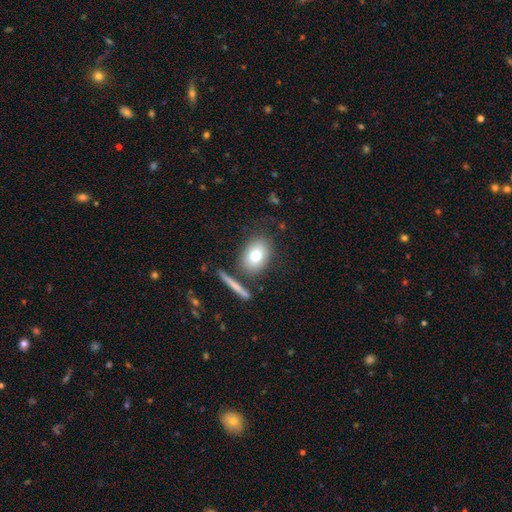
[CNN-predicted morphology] Smooth or featured? smooth (73%)
How rounded? in between (67%)
Merging? none (75%)